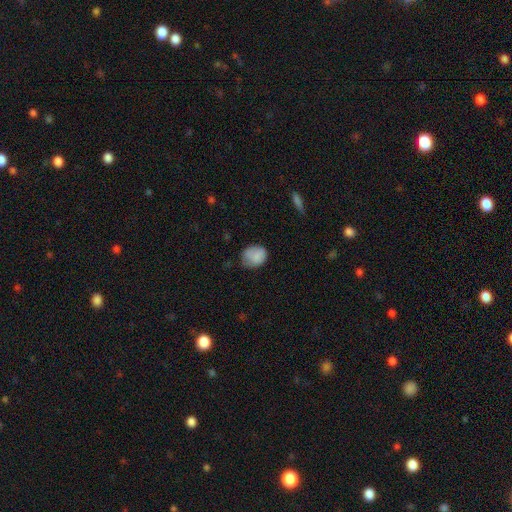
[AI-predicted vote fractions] smooth_or_featured: smooth (p=0.83) [alt: featured or disk p=0.09]
how_rounded: round (p=0.56) [alt: in between p=0.43]
merging: none (p=0.55) [alt: minor disturbance p=0.34]